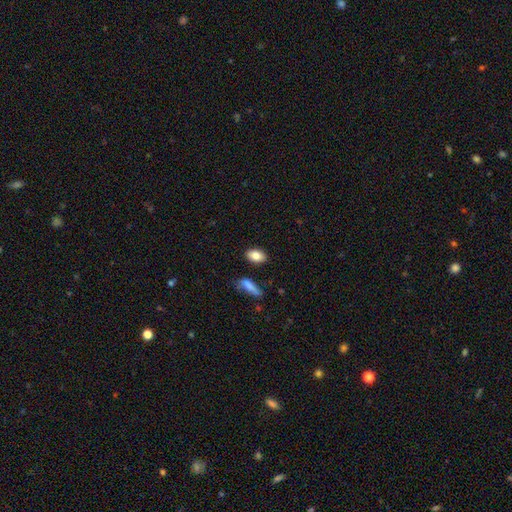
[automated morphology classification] Smooth or featured?
  - smooth: 84% *
  - featured or disk: 9%
  - star or artifact: 7%
How rounded?
  - in between: 87% *
  - round: 9%
  - cigar-shaped: 4%
Merging?
  - none: 85% *
  - minor disturbance: 10%
  - merger: 3%
  - major disturbance: 2%